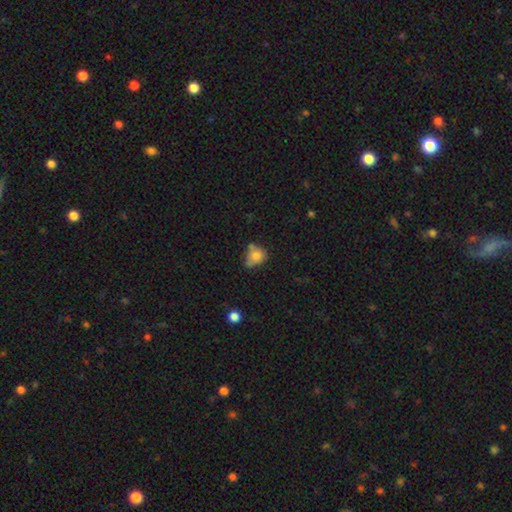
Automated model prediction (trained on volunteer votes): smooth_or_featured: smooth (p=0.75) [alt: featured or disk p=0.15]
how_rounded: round (p=0.61) [alt: in between p=0.38]
merging: none (p=0.44) [alt: minor disturbance p=0.28]